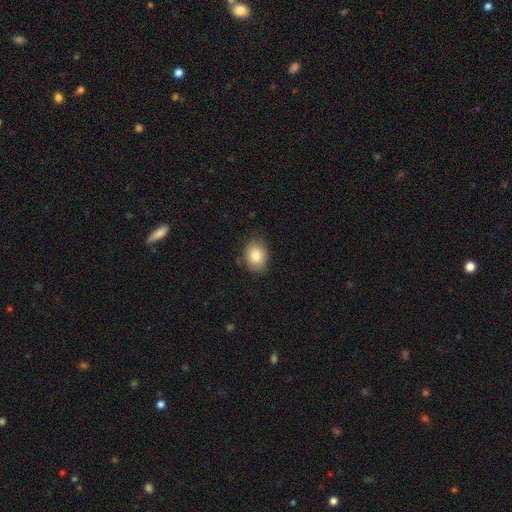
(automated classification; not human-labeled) The model was most divided on "how rounded": in between: 58%, round: 41%, cigar-shaped: 1%. More confident: smooth or featured — smooth (82%); merging — none (78%).